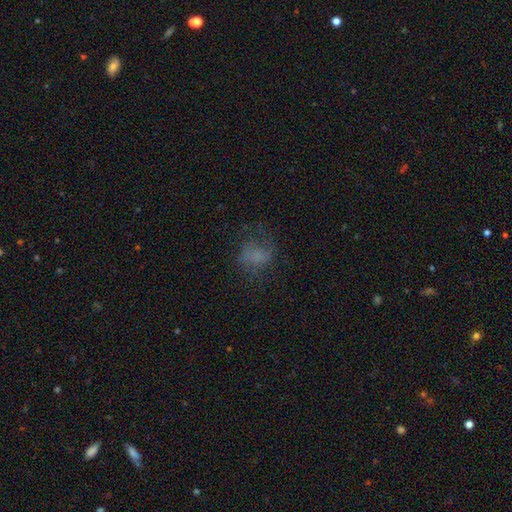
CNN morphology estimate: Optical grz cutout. It shows a smooth galaxy with no disk features (53%) that is round (53%). Merging: none (51%).